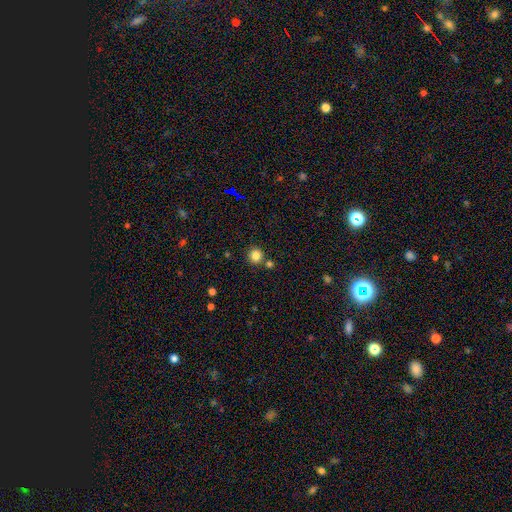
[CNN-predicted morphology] Smooth or featured?
  - smooth: 83% *
  - star or artifact: 12%
  - featured or disk: 5%
How rounded?
  - round: 94% *
  - in between: 5%
  - cigar-shaped: 1%
Merging?
  - none: 81% *
  - merger: 10%
  - minor disturbance: 7%
  - major disturbance: 2%